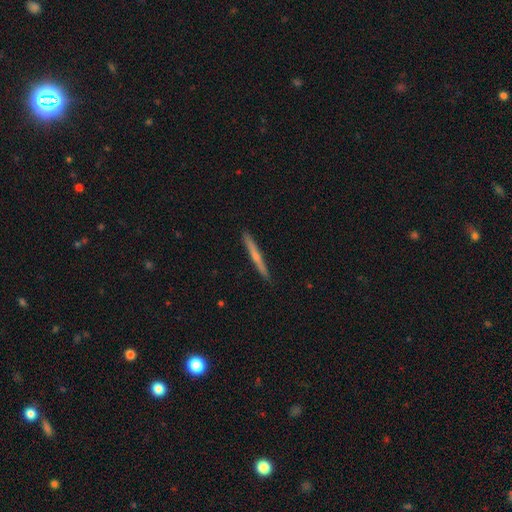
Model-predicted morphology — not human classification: Smooth or featured? featured or disk (54%)
Edge-on disk? yes (97%)
Edge-on bulge? rounded (51%)
Merging? none (91%)